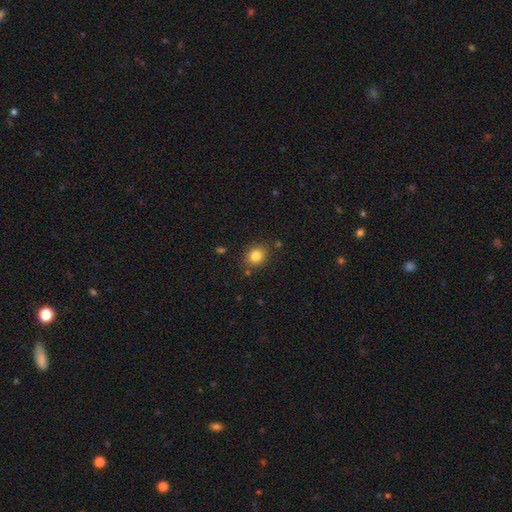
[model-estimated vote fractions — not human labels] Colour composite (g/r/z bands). It shows a smooth galaxy with no disk features (83%) that is round (63%). Merging: none (83%).